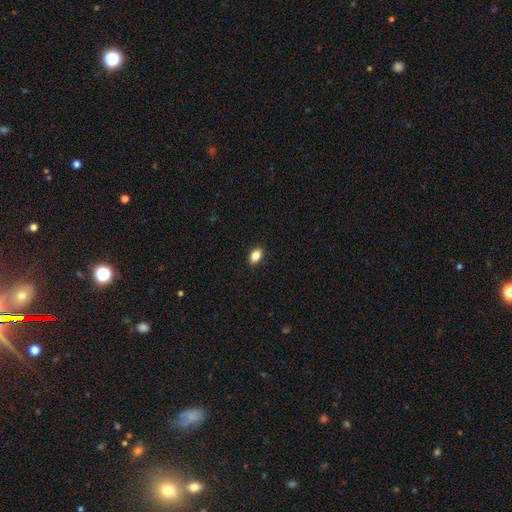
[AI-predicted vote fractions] A smooth galaxy with no disk features (86%) that is in between round and cigar-shaped (87%).

Vote fractions:
- Smooth or featured? smooth: 86% / star or artifact: 9% / featured or disk: 5%
- How rounded? in between: 87% / round: 10% / cigar-shaped: 2%
- Merging? none: 89% / minor disturbance: 8% / major disturbance: 2% / merger: 1%